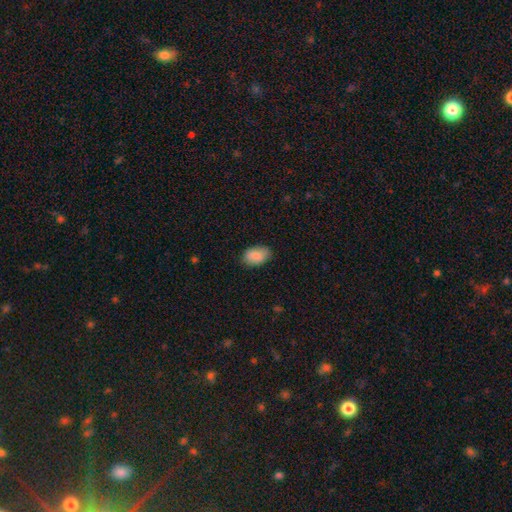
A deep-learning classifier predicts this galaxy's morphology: This is clearly a smooth galaxy (88%). How rounded: clearly in between (91%). Merging: likely none (79%).